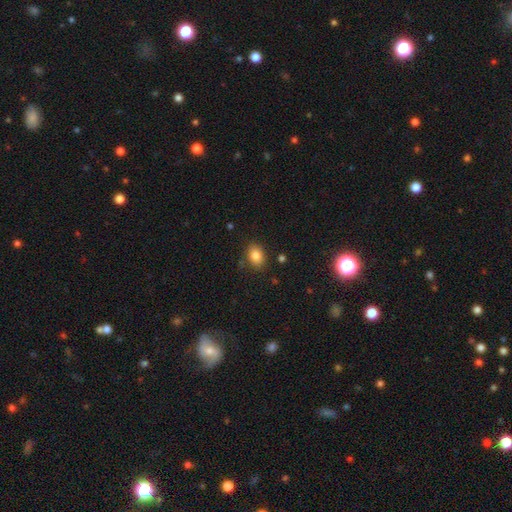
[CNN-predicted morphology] Smooth or featured? Predicted: smooth (p=0.84). How rounded? Predicted: in between (p=0.72). Merging? Predicted: none (p=0.81).